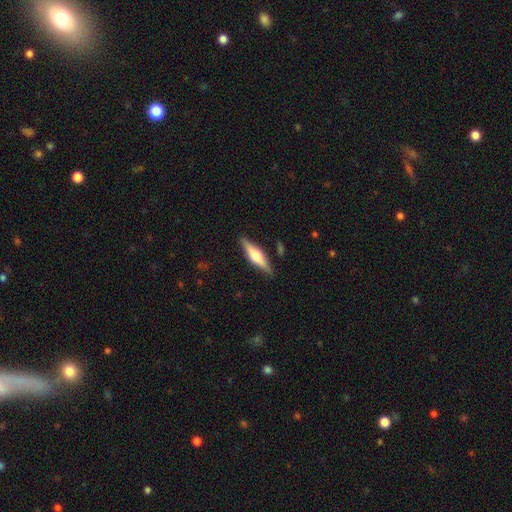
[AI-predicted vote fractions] This appears to be a featured or disk galaxy (54%) viewed edge-on (96%) with a rounded central bulge (79%). Merging: none (86%).